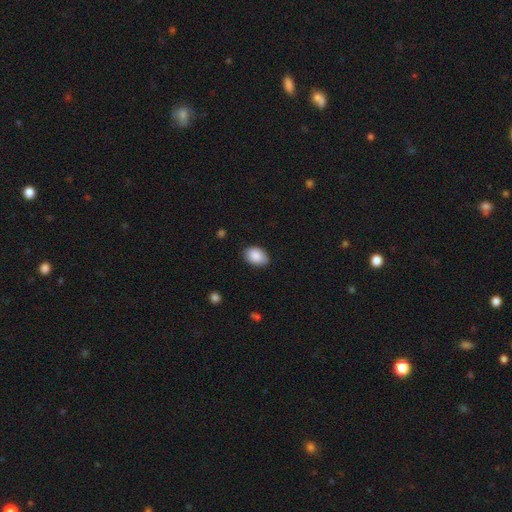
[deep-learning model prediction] This is clearly a smooth galaxy (89%). How rounded: clearly in between (85%). Merging: clearly none (85%).